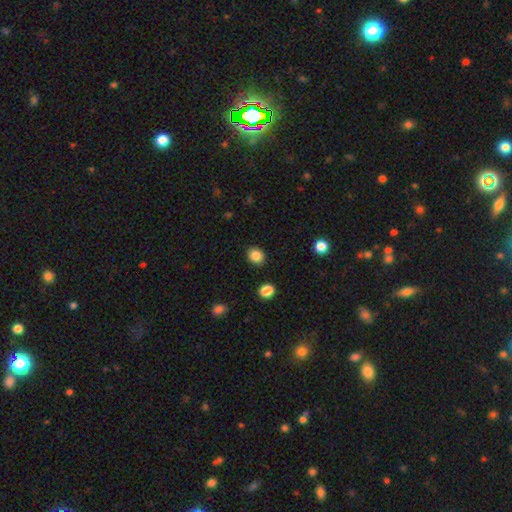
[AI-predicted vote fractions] Smooth or featured? Predicted: smooth (p=0.85). How rounded? Predicted: round (p=0.60). Merging? Predicted: none (p=0.88).